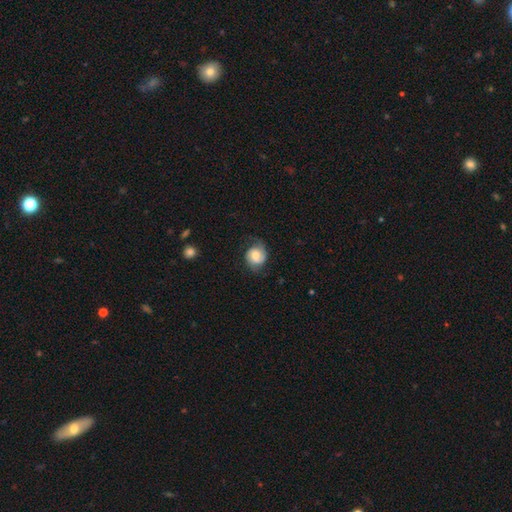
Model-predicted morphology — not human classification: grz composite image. It shows a featured or disk galaxy (59%) with no bar (57%), 2 (80%) medium (42%) spiral arms (91%) and a moderate central bulge (58%). Merging: none (67%).